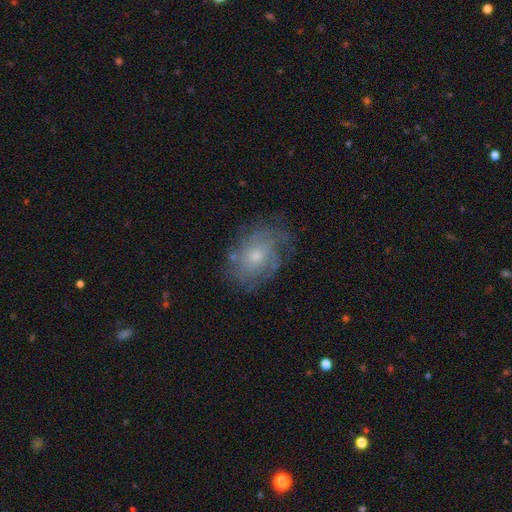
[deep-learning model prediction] A featured or disk galaxy (60%) with no bar (83%), spiral arms (72%) and a small central bulge (52%).

Vote fractions:
- Smooth or featured? featured or disk: 60% / smooth: 30% / star or artifact: 10%
- Edge-on disk? no: 96% / yes: 4%
- Bar? no: 83% / weak: 15% / strong: 2%
- Spiral arms? yes: 72% / no: 28%
- Bulge size? small: 52% / moderate: 43% / large: 2% / none: 2% / dominant: 1%
- Merging? none: 69% / minor disturbance: 20% / major disturbance: 10% / merger: 2%